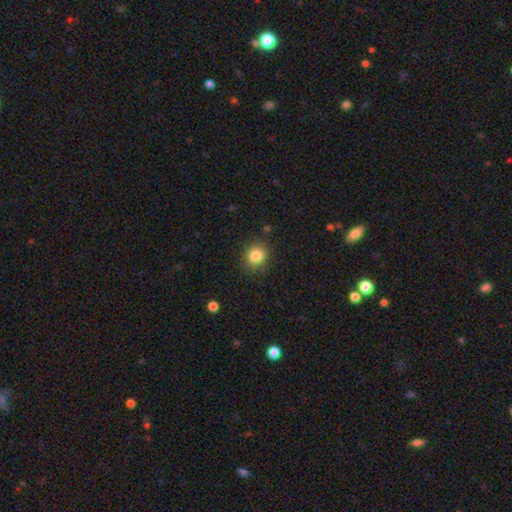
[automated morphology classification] Overall: smooth (84%). How rounded: round (74%). Merging: none (84%).